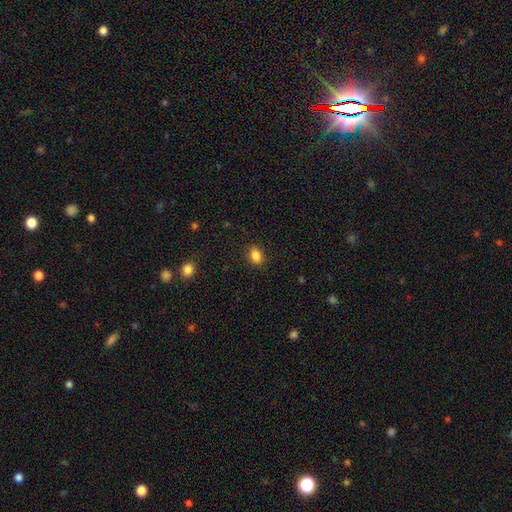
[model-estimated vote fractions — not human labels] smooth_or_featured: smooth (p=0.86) [alt: star or artifact p=0.10]
how_rounded: in between (p=0.76) [alt: round p=0.22]
merging: none (p=0.87) [alt: minor disturbance p=0.09]